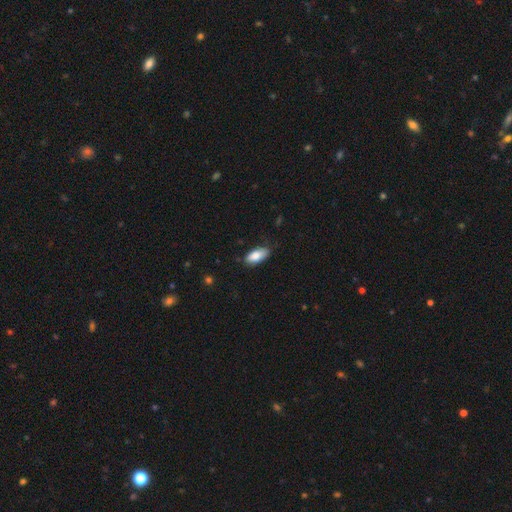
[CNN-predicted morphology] Smooth or featured? Predicted: smooth (p=0.84). How rounded? Predicted: in between (p=0.88). Merging? Predicted: none (p=0.77).